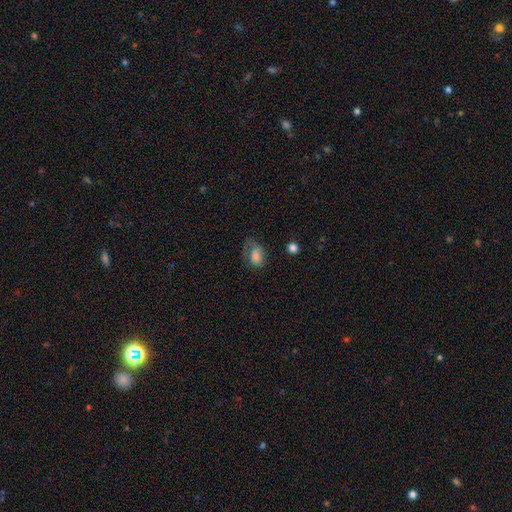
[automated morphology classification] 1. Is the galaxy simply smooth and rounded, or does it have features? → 69% smooth, 22% featured or disk, 10% star or artifact.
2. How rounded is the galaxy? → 80% in between, 19% round, 1% cigar-shaped.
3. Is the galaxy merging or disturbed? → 42% none, 28% major disturbance, 27% minor disturbance, 3% merger.